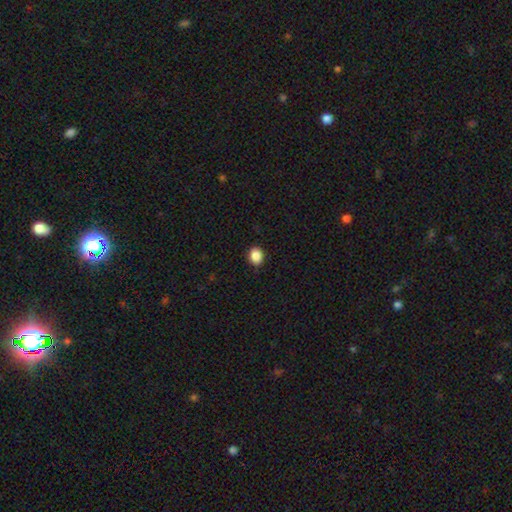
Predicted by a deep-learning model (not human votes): Morphology: type=smooth (88%); roundness=round (56%); merging=none (90%).